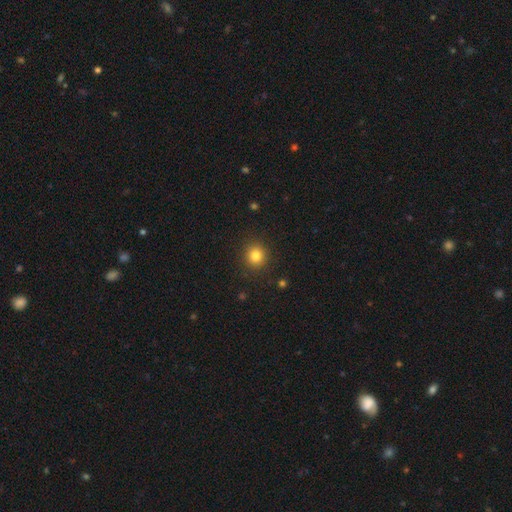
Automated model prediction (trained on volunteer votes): smooth_or_featured: smooth (p=0.82) [alt: star or artifact p=0.12]
how_rounded: round (p=0.90) [alt: in between p=0.09]
merging: none (p=0.91) [alt: minor disturbance p=0.06]